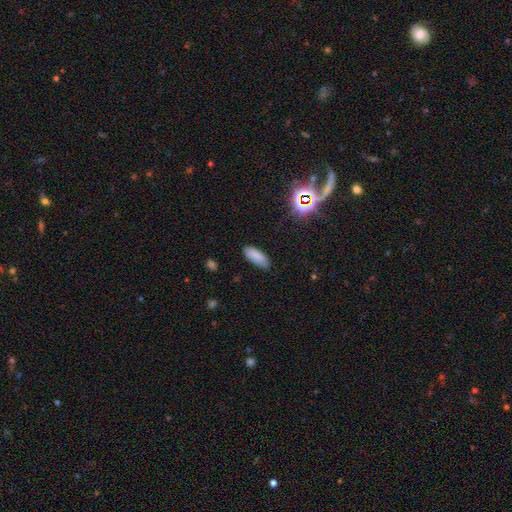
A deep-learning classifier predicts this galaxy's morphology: This is clearly a smooth galaxy (84%). How rounded: likely in between (79%). Merging: clearly none (84%).